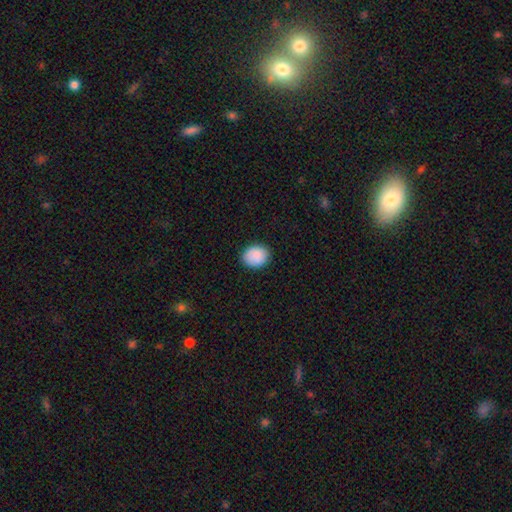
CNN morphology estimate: type=smooth (88%); roundness=round (57%); merging=none (87%).